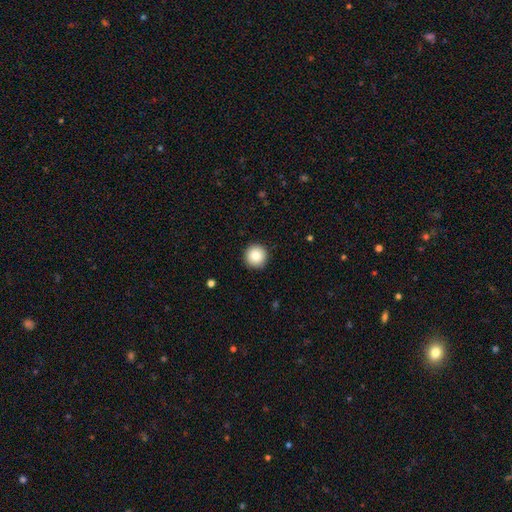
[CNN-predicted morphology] A smooth galaxy with no disk features (86%) that is round (96%). Merging: none (92%).